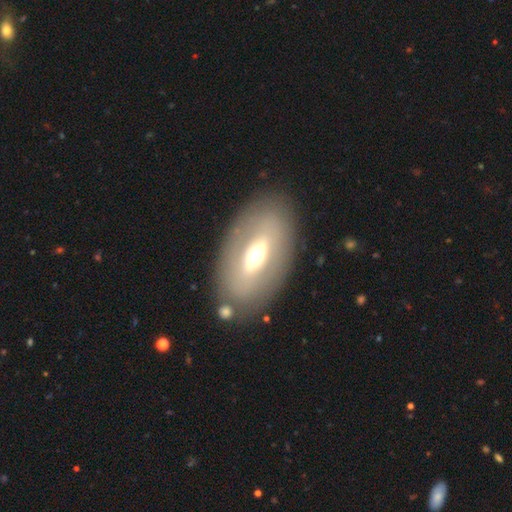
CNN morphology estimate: smooth_or_featured: featured or disk (p=0.54) [alt: smooth p=0.39]
disk_edge_on: no (p=0.81) [alt: yes p=0.19]
merging: none (p=0.81) [alt: minor disturbance p=0.11]